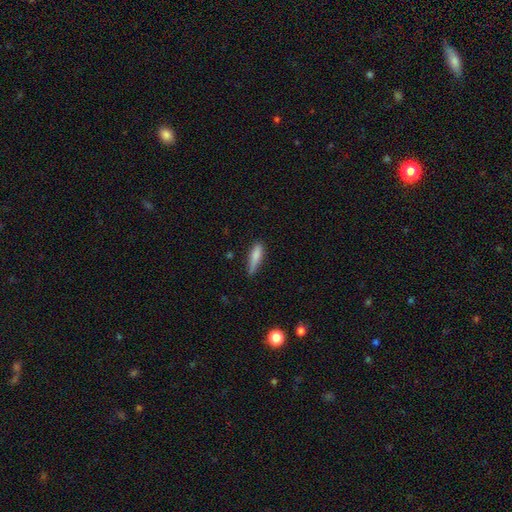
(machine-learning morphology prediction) smooth_or_featured: smooth (p=0.81) [alt: featured or disk p=0.12]
how_rounded: cigar-shaped (p=0.70) [alt: in between p=0.28]
merging: none (p=0.62) [alt: minor disturbance p=0.30]